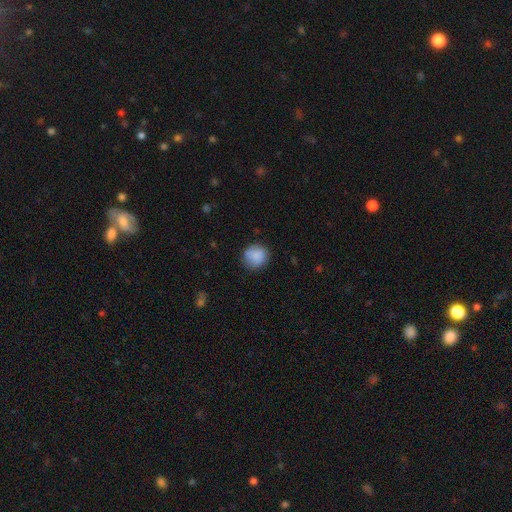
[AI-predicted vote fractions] Smooth or featured: smooth — 86% (star or artifact — 8%)
How rounded: round — 85% (in between — 14%)
Merging: none — 79% (minor disturbance — 16%)